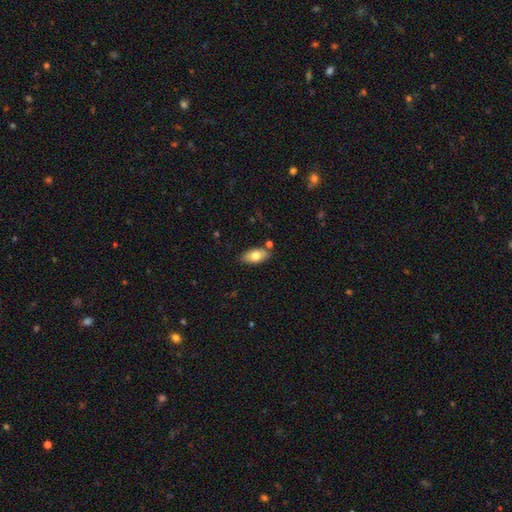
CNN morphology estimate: Q: Smooth or featured?
A: smooth (73%); runner-up: featured or disk (20%)
Q: How rounded?
A: in between (91%); runner-up: cigar-shaped (5%)
Q: Merging?
A: none (79%); runner-up: minor disturbance (13%)